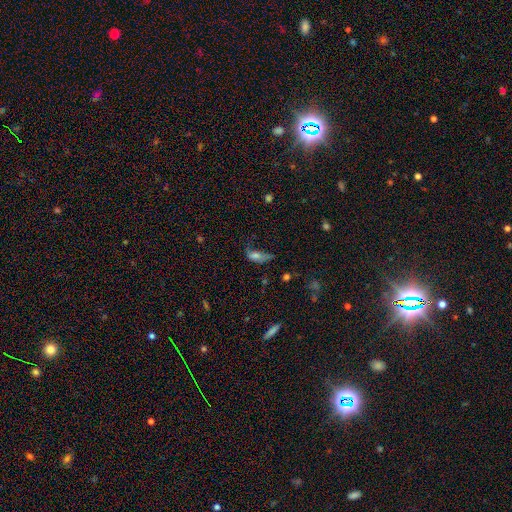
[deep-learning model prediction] smooth-or-featured: smooth: 67% | featured or disk: 21% | star or artifact: 12%
  how-rounded: in between: 81% | cigar-shaped: 15% | round: 5%
  merging: major disturbance: 40% | minor disturbance: 31% | none: 25% | merger: 4%